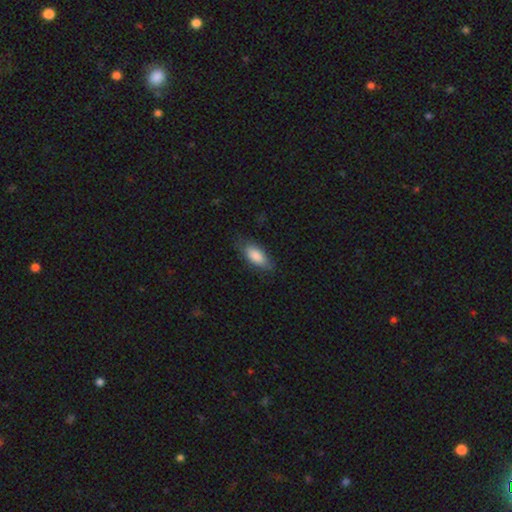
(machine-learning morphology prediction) This appears to be a smooth galaxy with no disk features (84%) that is in between round and cigar-shaped (83%). Merging: none (75%).